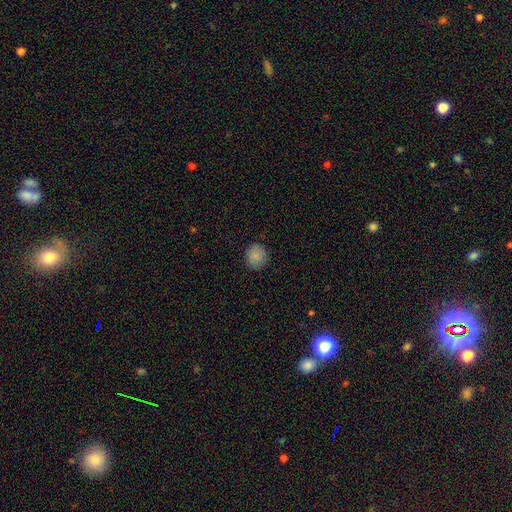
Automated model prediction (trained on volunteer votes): Smooth or featured? smooth (87%)
How rounded? round (86%)
Merging? none (90%)